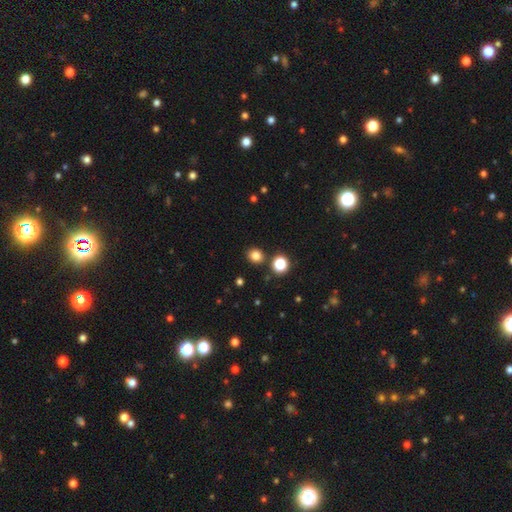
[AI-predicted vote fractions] A smooth galaxy with no disk features (81%) that is round (79%).

Vote fractions:
- Smooth or featured? smooth: 81% / star or artifact: 14% / featured or disk: 4%
- How rounded? round: 79% / in between: 20% / cigar-shaped: 1%
- Merging? none: 85% / minor disturbance: 7% / merger: 6% / major disturbance: 2%